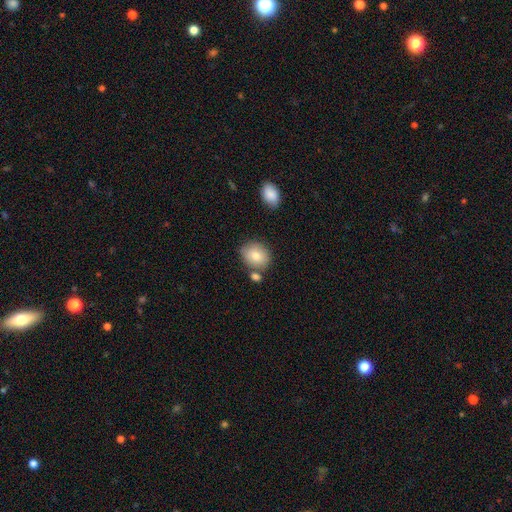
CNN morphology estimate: Q: Smooth or featured?
A: smooth (79%); runner-up: featured or disk (13%)
Q: How rounded?
A: round (63%); runner-up: in between (36%)
Q: Merging?
A: none (71%); runner-up: minor disturbance (13%)